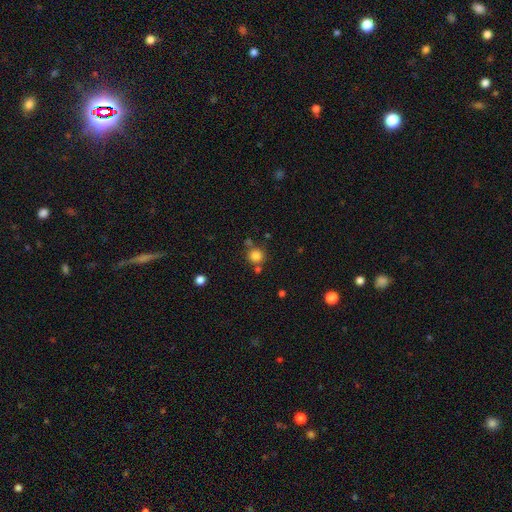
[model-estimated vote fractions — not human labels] Overall: smooth (82%). How rounded: round (93%). Merging: none (72%).